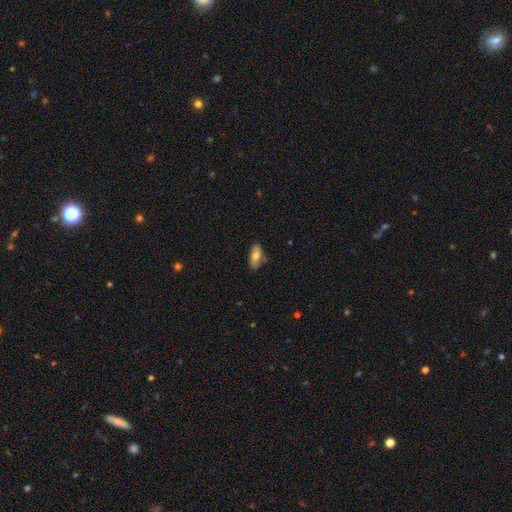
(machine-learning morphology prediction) This is likely a smooth galaxy (73%). How rounded: clearly in between (84%). Merging: likely none (76%).